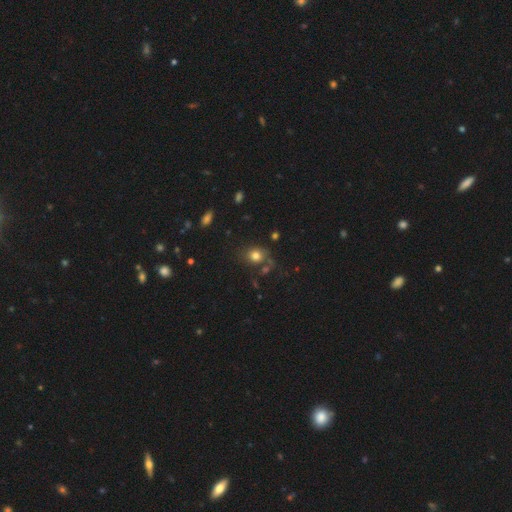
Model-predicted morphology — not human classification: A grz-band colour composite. It shows a smooth galaxy with no disk features (77%) that is round (64%). Merging: none (65%).